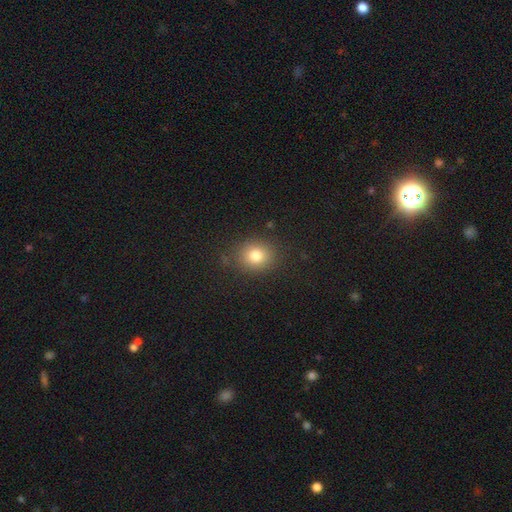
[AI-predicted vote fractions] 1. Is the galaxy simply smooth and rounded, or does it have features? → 79% smooth, 13% star or artifact, 8% featured or disk.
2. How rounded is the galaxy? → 74% round, 25% in between, 1% cigar-shaped.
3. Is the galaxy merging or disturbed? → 85% none, 10% minor disturbance, 4% major disturbance, 2% merger.